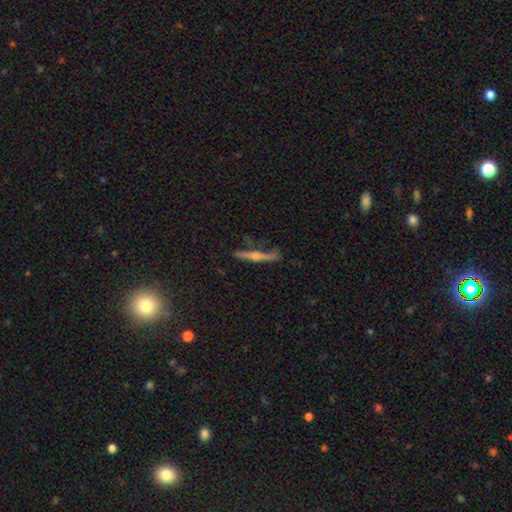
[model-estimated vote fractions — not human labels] featured or disk 70%, smooth 23%, star or artifact 8%. Down the decision tree: edge-on disk — yes (96%); edge-on bulge — rounded (82%); merging — none (75%).